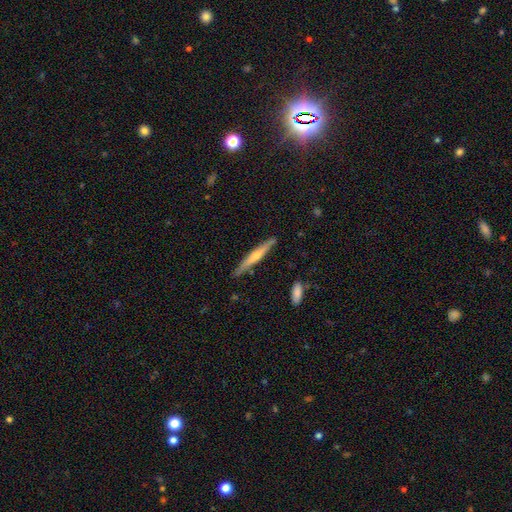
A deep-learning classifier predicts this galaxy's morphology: smooth-or-featured: featured or disk: 60% | smooth: 32% | star or artifact: 8%
  disk-edge-on: yes: 96% | no: 4%
    edge-on-bulge: rounded: 71% | none: 23% | boxy: 6%
  merging: none: 89% | minor disturbance: 9% | major disturbance: 2% | merger: 1%